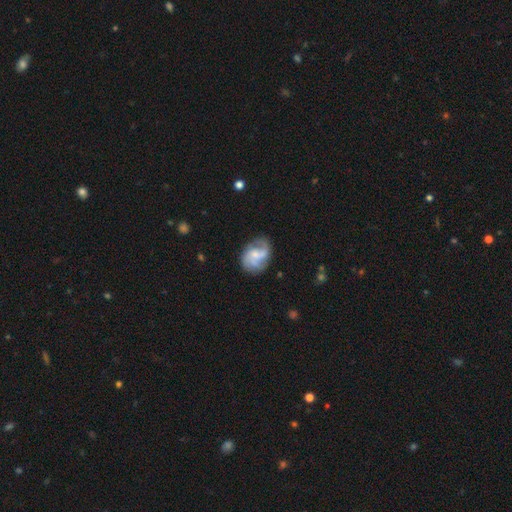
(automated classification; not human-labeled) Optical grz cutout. It shows a featured or disk galaxy (71%) with no bar (53%), 2 (51%) medium (44%) spiral arms (91%) and a small central bulge (50%). Merging: none (65%).